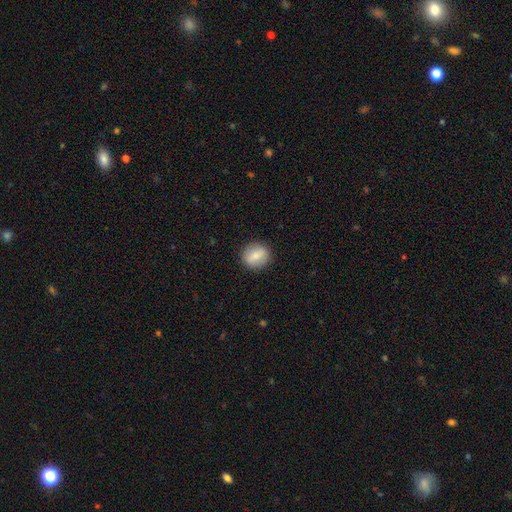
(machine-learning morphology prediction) smooth-or-featured: smooth: 77% | featured or disk: 16% | star or artifact: 7%
  how-rounded: round: 76% | in between: 22% | cigar-shaped: 1%
  merging: none: 89% | minor disturbance: 8% | major disturbance: 2% | merger: 1%